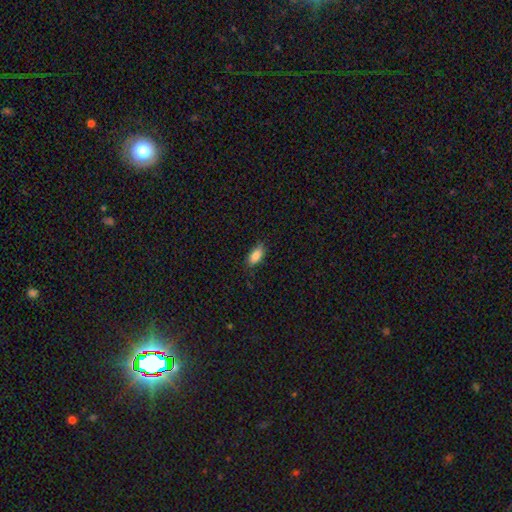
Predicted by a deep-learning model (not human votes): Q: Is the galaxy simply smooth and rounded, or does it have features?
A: smooth — 86%.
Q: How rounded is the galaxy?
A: in between — 88%.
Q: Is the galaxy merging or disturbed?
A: none — 81%.